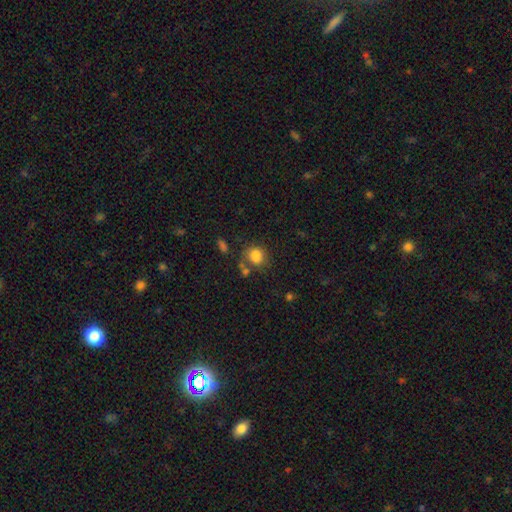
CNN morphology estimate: Q: Smooth or featured?
A: smooth (81%); runner-up: star or artifact (11%)
Q: How rounded?
A: round (58%); runner-up: in between (41%)
Q: Merging?
A: none (52%); runner-up: minor disturbance (20%)